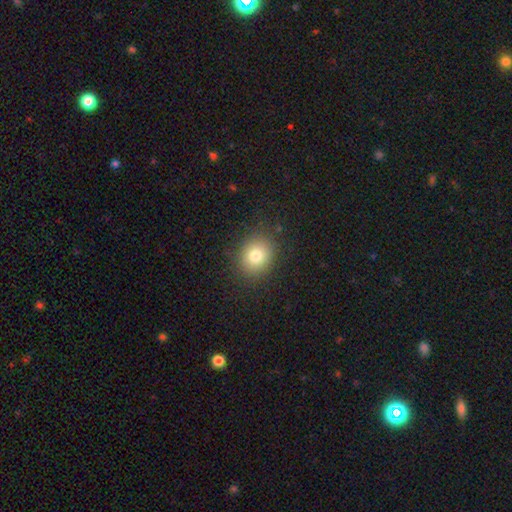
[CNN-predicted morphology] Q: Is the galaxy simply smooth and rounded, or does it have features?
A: smooth — 80%.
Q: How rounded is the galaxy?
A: round — 69%.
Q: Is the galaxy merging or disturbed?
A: none — 86%.